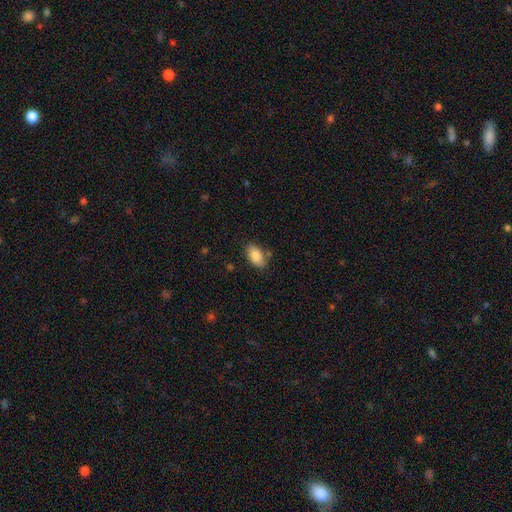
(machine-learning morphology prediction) This is clearly a smooth galaxy (85%). How rounded: clearly in between (93%). Merging: likely none (79%).